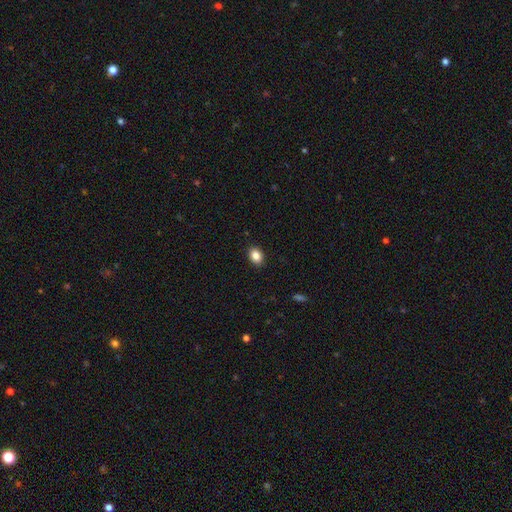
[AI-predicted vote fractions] A smooth galaxy with no disk features (86%) that is in between round and cigar-shaped (72%). Merging: none (90%).